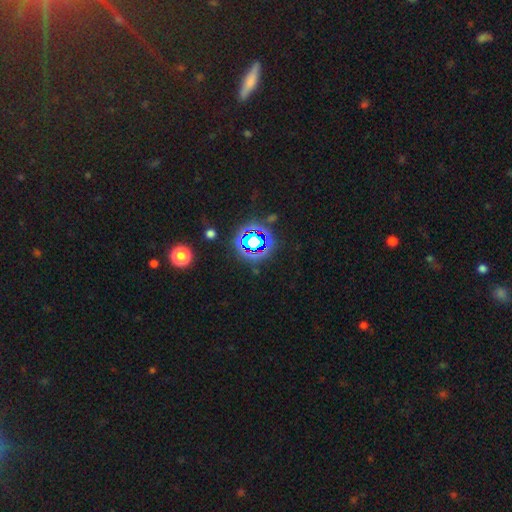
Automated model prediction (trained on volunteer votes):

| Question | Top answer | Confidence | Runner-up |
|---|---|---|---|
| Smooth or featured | star or artifact | 78% | smooth (15%) |